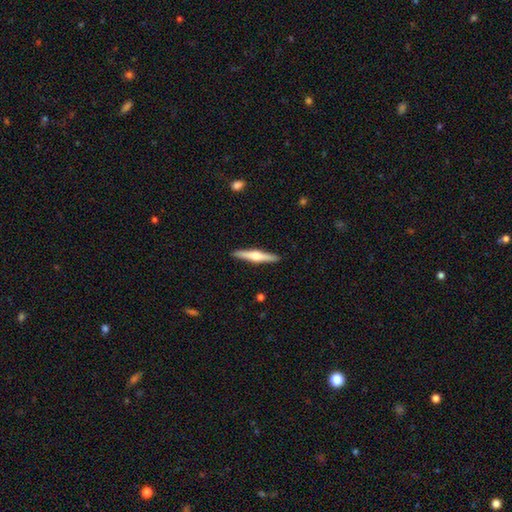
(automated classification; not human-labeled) smooth-or-featured: featured or disk: 64% | smooth: 31% | star or artifact: 5%
  disk-edge-on: yes: 98% | no: 2%
    edge-on-bulge: rounded: 92% | boxy: 4% | none: 4%
  merging: none: 92% | minor disturbance: 6% | major disturbance: 1% | merger: 1%